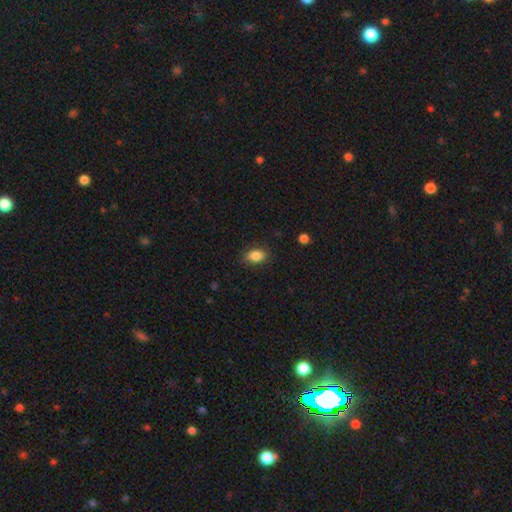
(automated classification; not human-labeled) smooth-or-featured: smooth: 86% | star or artifact: 8% | featured or disk: 6%
  how-rounded: in between: 86% | round: 12% | cigar-shaped: 2%
  merging: none: 84% | minor disturbance: 12% | major disturbance: 3% | merger: 1%